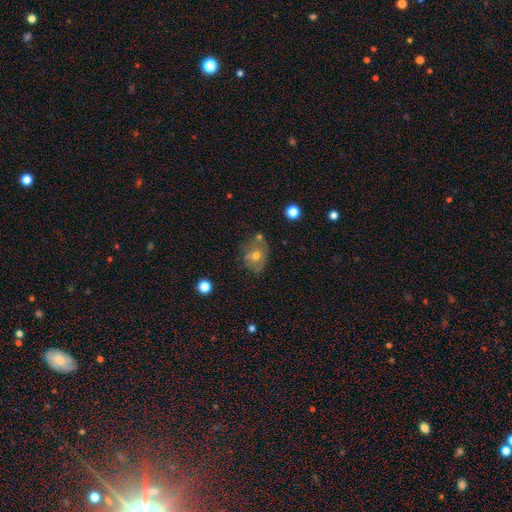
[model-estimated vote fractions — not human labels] Smooth or featured? Predicted: smooth (p=0.52). How rounded? Predicted: round (p=0.51). Merging? Predicted: none (p=0.52).